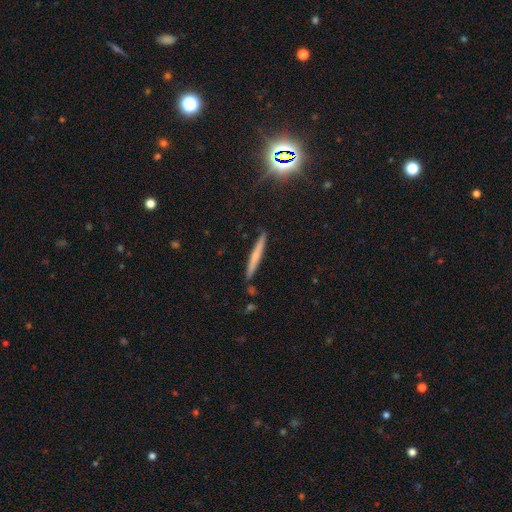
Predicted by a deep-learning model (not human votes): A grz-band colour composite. It shows a smooth galaxy with no disk features (52%) that is cigar-shaped (96%). Merging: none (88%).